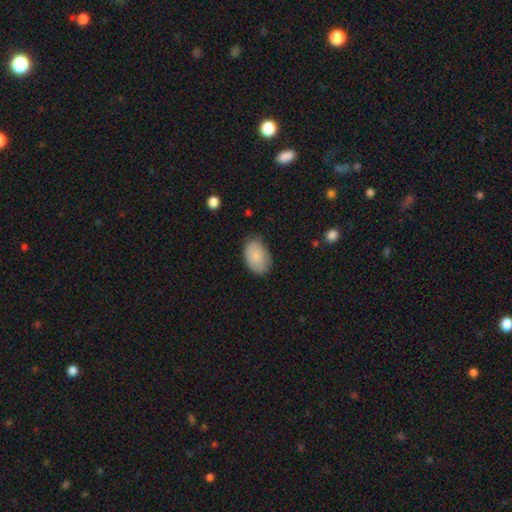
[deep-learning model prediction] A smooth galaxy with no disk features (86%) that is in between round and cigar-shaped (90%). Merging: none (76%).